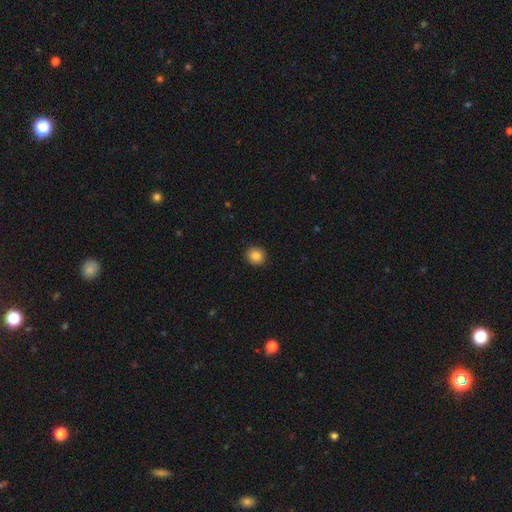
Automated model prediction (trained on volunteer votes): A smooth galaxy with no disk features (86%) that is round (88%). Merging: none (91%).